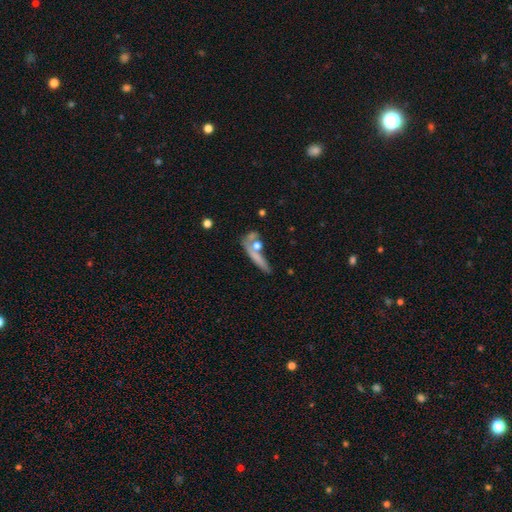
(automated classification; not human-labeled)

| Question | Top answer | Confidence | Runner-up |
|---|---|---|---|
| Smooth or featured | smooth | 56% | featured or disk (36%) |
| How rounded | cigar-shaped | 73% | in between (18%) |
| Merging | none | 50% | merger (21%) |